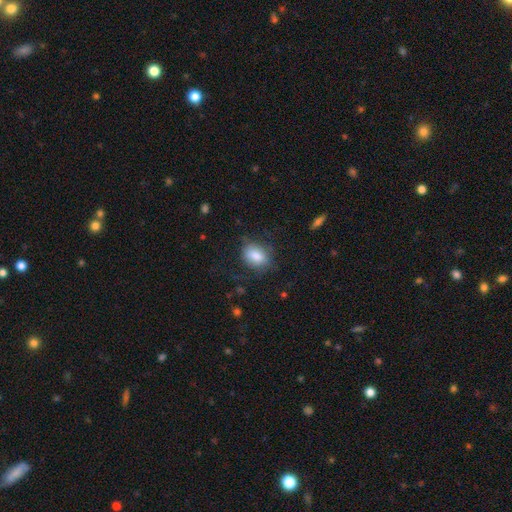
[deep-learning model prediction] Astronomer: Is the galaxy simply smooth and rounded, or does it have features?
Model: smooth — 82%.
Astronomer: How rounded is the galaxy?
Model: in between — 74%.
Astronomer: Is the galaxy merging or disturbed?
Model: none — 71%.